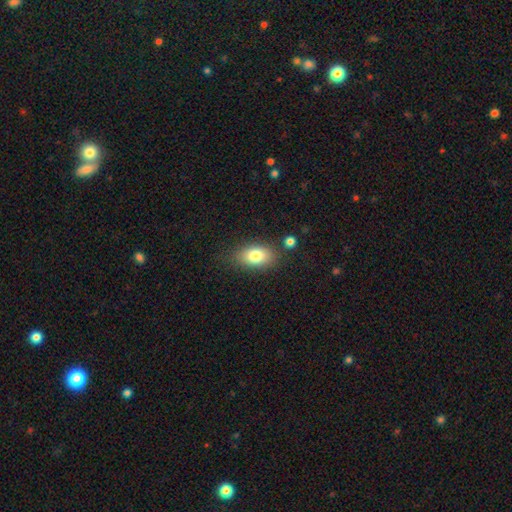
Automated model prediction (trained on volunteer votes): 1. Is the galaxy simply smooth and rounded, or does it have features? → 80% smooth, 11% featured or disk, 9% star or artifact.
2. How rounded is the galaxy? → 86% in between, 12% round, 2% cigar-shaped.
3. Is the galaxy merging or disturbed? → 77% none, 14% minor disturbance, 5% merger, 4% major disturbance.